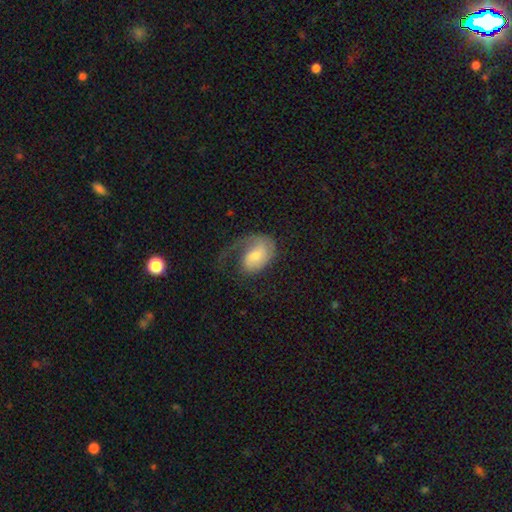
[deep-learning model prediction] Smooth or featured: featured or disk — 56% (smooth — 38%)
Edge-on disk: no — 96% (yes — 4%)
Bar: no — 60% (weak — 33%)
Spiral arms: yes — 83% (no — 17%)
Bulge size: moderate — 44% (small — 35%)
Merging: major disturbance — 46% (none — 33%)